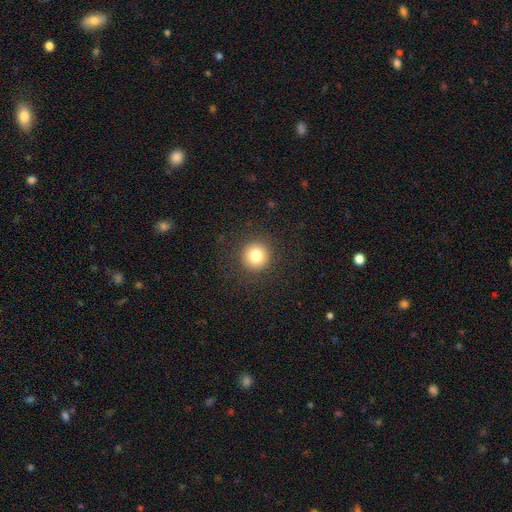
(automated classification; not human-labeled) A smooth galaxy with no disk features (80%) that is round (95%). Merging: none (91%).